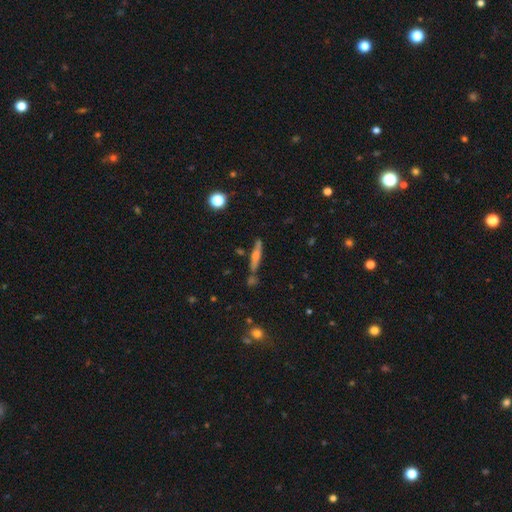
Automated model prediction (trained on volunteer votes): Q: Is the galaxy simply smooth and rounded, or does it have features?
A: featured or disk — 55%.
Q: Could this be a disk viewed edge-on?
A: yes — 94%.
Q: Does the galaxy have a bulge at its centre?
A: rounded — 78%.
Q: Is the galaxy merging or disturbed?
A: none — 77%.